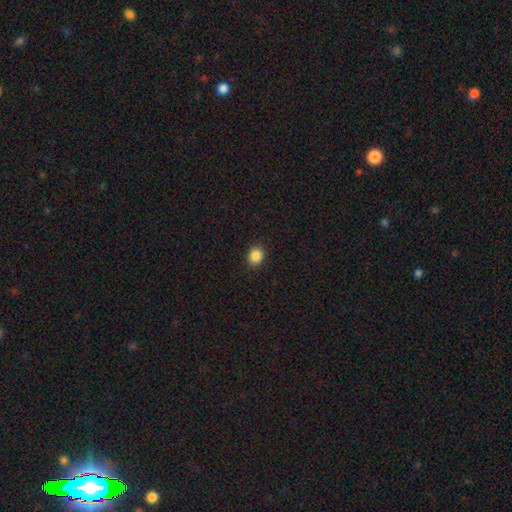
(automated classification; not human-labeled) smooth-or-featured: smooth: 87% | star or artifact: 10% | featured or disk: 3%
  how-rounded: round: 65% | in between: 35% | cigar-shaped: 1%
  merging: none: 90% | minor disturbance: 7% | major disturbance: 2% | merger: 1%